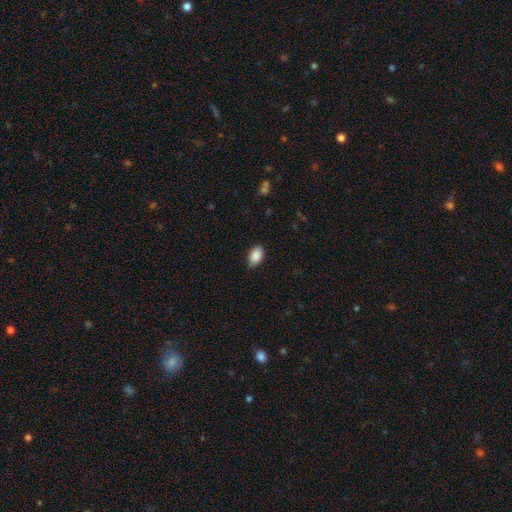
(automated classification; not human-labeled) smooth-or-featured: smooth: 89% | star or artifact: 7% | featured or disk: 4%
  how-rounded: in between: 91% | round: 8% | cigar-shaped: 1%
  merging: none: 80% | minor disturbance: 16% | major disturbance: 3% | merger: 1%